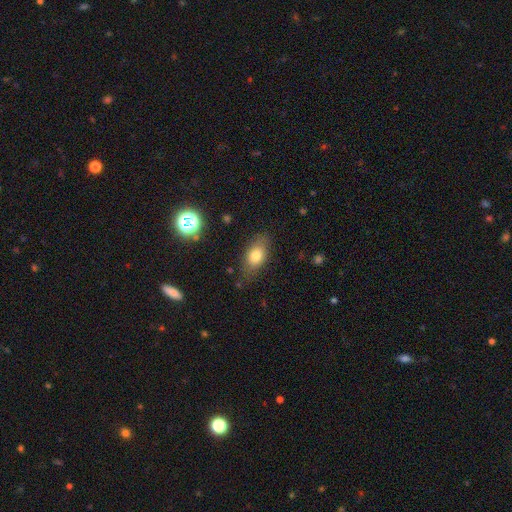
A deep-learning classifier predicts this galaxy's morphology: Smooth or featured?
  - smooth: 77% *
  - featured or disk: 15%
  - star or artifact: 9%
How rounded?
  - in between: 84% *
  - round: 11%
  - cigar-shaped: 6%
Merging?
  - none: 77% *
  - minor disturbance: 16%
  - major disturbance: 5%
  - merger: 2%